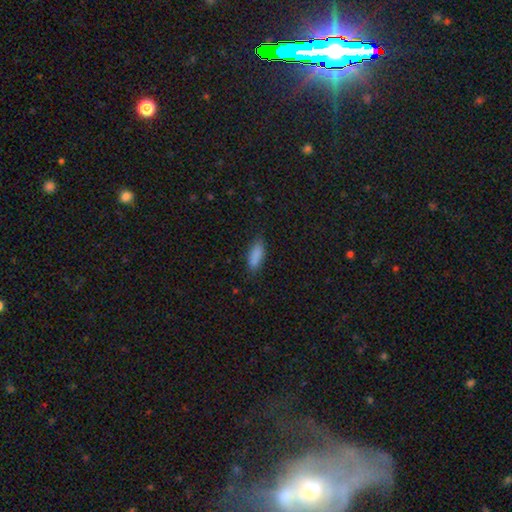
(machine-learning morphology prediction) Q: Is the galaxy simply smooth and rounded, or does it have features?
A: smooth — 86%.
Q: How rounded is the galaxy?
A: in between — 74%.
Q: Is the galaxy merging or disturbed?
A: none — 78%.